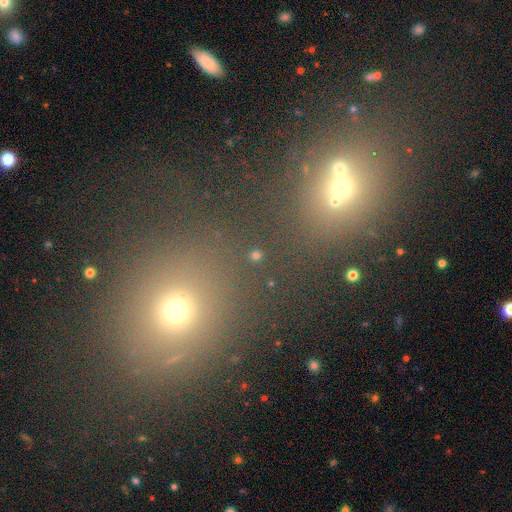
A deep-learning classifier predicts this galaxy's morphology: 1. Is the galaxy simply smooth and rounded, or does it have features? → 52% smooth, 39% star or artifact, 9% featured or disk.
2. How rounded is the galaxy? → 78% round, 19% in between, 3% cigar-shaped.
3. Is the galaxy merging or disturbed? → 79% none, 10% merger, 7% minor disturbance, 5% major disturbance.